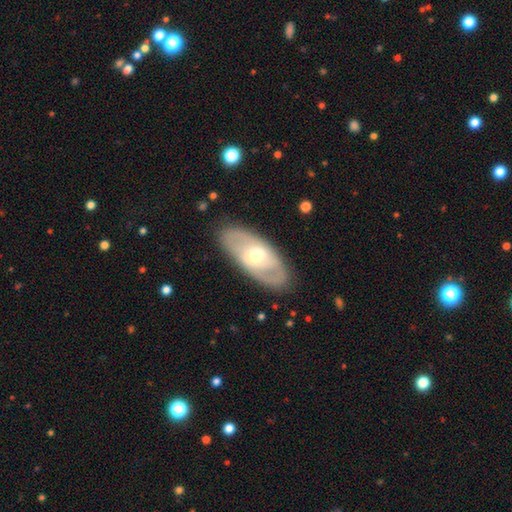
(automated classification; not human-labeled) smooth-or-featured: featured or disk: 58% | smooth: 36% | star or artifact: 6%
  disk-edge-on: no: 86% | yes: 14%
    bar: no: 53% | weak: 34% | strong: 14%
    has-spiral-arms: no: 58% | yes: 42%
    bulge-size: moderate: 55% | small: 37% | large: 5% | dominant: 1% | none: 1%
  merging: none: 84% | minor disturbance: 11% | major disturbance: 4% | merger: 1%